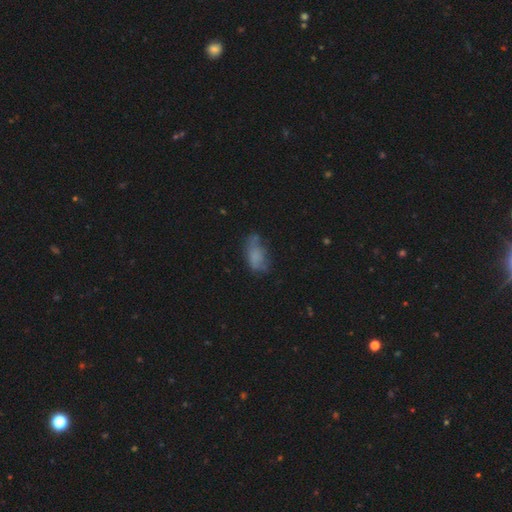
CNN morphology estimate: The model was most divided on "merging": none: 46%, minor disturbance: 31%, major disturbance: 18%, merger: 5%. More confident: how rounded — in between (88%); smooth or featured — smooth (67%).